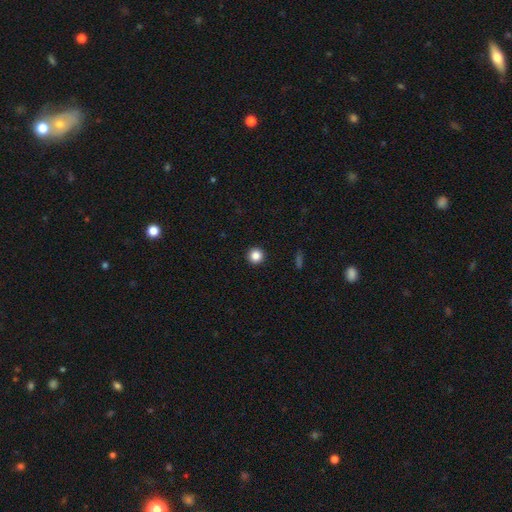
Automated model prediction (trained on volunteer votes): A smooth galaxy with no disk features (86%) that is round (96%). Merging: none (93%).